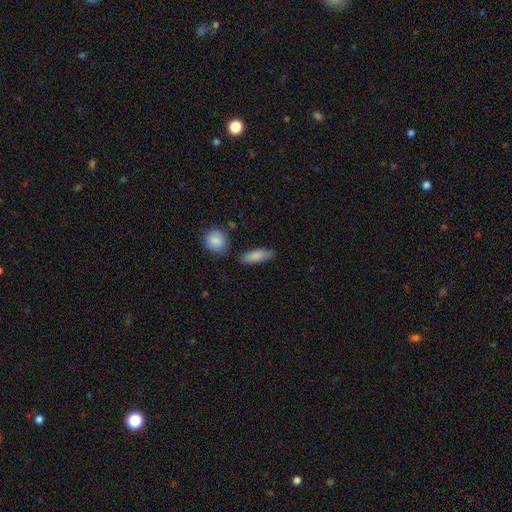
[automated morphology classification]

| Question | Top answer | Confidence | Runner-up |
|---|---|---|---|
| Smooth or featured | smooth | 83% | featured or disk (11%) |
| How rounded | in between | 63% | cigar-shaped (34%) |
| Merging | none | 78% | minor disturbance (13%) |